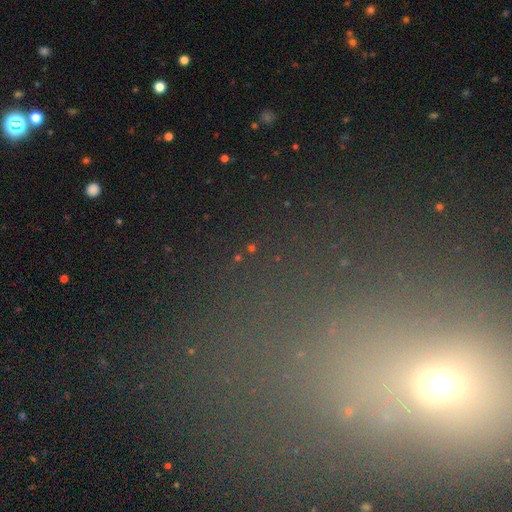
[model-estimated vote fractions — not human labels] smooth-or-featured: star or artifact: 60% | smooth: 27% | featured or disk: 13%